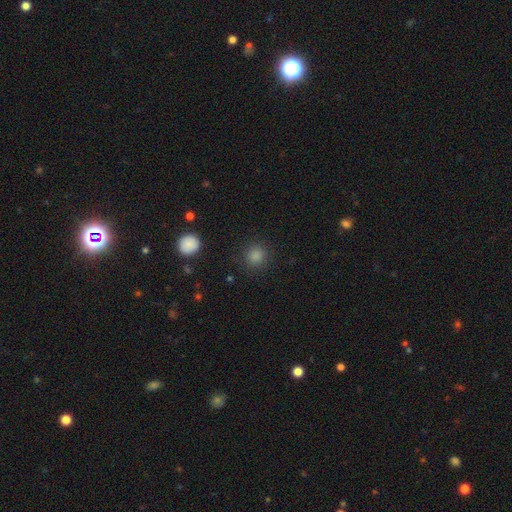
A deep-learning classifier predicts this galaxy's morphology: Smooth or featured? Predicted: smooth (p=0.84). How rounded? Predicted: round (p=0.90). Merging? Predicted: none (p=0.88).